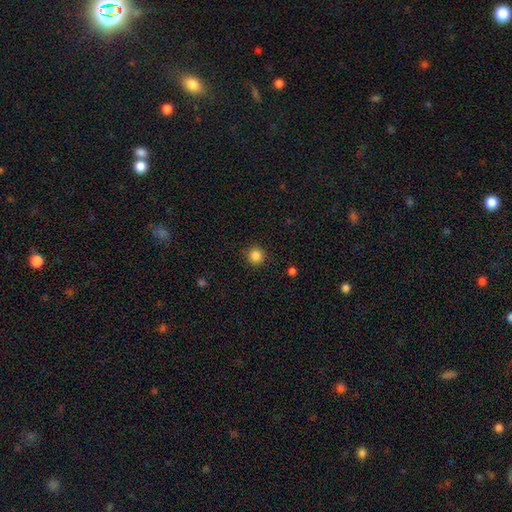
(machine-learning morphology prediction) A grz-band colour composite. It shows a smooth galaxy with no disk features (85%) that is round (95%). Merging: none (91%).